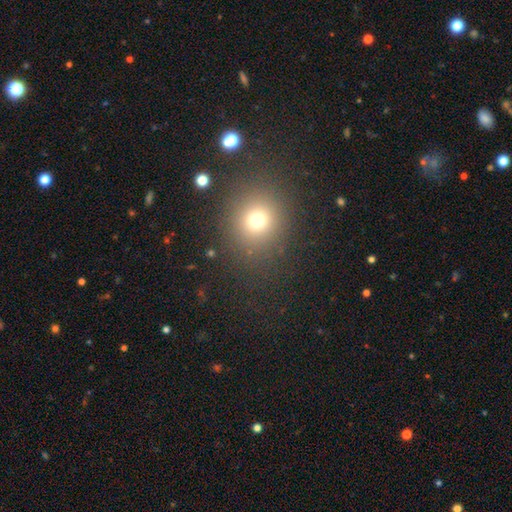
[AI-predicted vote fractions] Smooth or featured: smooth — 64% (star or artifact — 28%)
How rounded: round — 79% (in between — 20%)
Merging: none — 86% (minor disturbance — 8%)